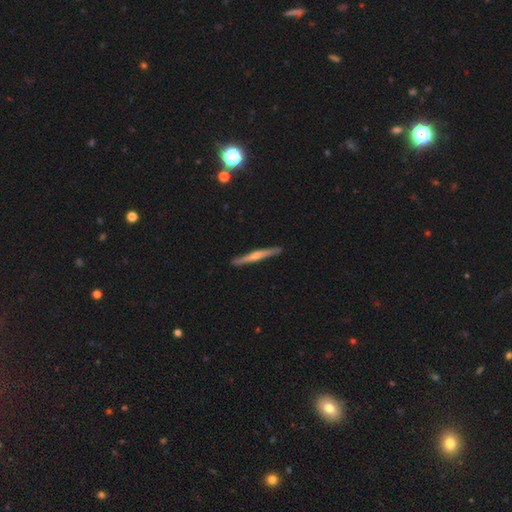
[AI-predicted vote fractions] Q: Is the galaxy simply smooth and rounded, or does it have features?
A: featured or disk — 60%.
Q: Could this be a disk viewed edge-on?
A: yes — 97%.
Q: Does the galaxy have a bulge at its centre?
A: rounded — 70%.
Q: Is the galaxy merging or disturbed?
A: none — 89%.